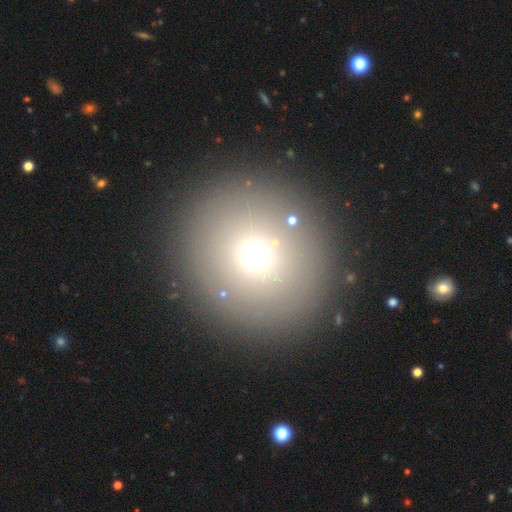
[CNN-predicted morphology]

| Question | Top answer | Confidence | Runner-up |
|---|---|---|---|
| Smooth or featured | smooth | 68% | star or artifact (20%) |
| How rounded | round | 94% | in between (5%) |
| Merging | none | 88% | minor disturbance (6%) |